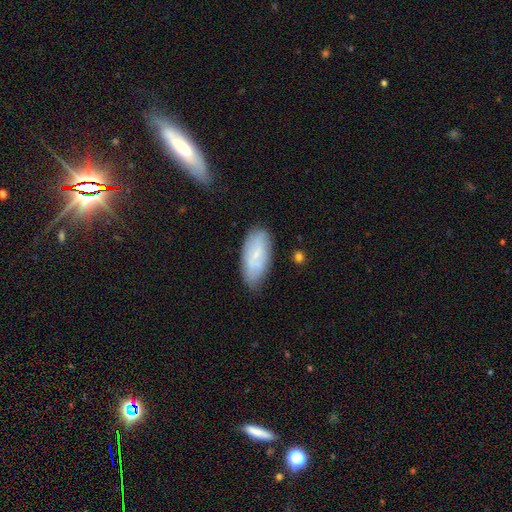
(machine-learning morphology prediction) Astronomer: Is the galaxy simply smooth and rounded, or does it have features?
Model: smooth — 61%.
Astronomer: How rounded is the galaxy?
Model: in between — 89%.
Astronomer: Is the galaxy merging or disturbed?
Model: none — 71%.